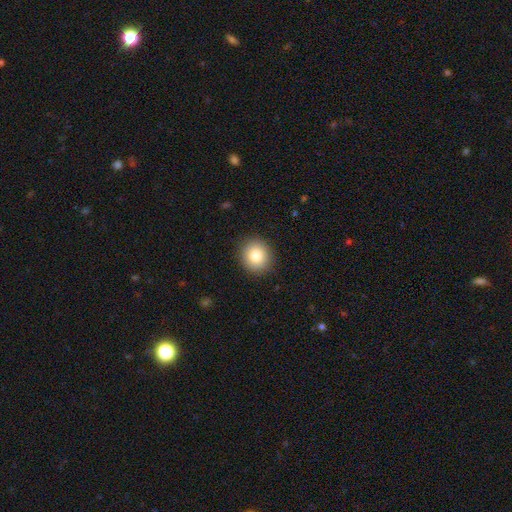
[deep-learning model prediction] smooth_or_featured: smooth (p=0.84) [alt: star or artifact p=0.09]
how_rounded: round (p=0.82) [alt: in between p=0.17]
merging: none (p=0.90) [alt: minor disturbance p=0.07]